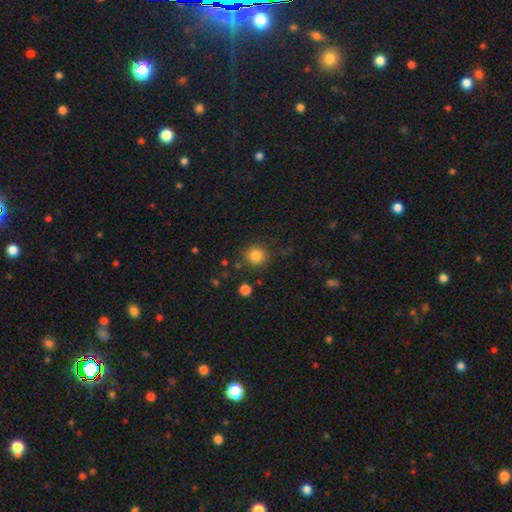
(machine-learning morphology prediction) The model was most divided on "smooth or featured": smooth: 84%, star or artifact: 11%, featured or disk: 5%. More confident: how rounded — round (90%); merging — none (85%).